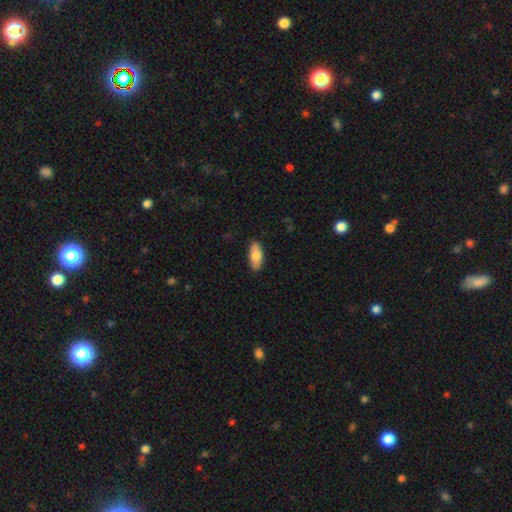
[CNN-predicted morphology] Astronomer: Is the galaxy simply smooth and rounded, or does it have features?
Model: smooth — 76%.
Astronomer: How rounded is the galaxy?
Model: in between — 82%.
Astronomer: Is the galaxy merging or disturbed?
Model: none — 86%.